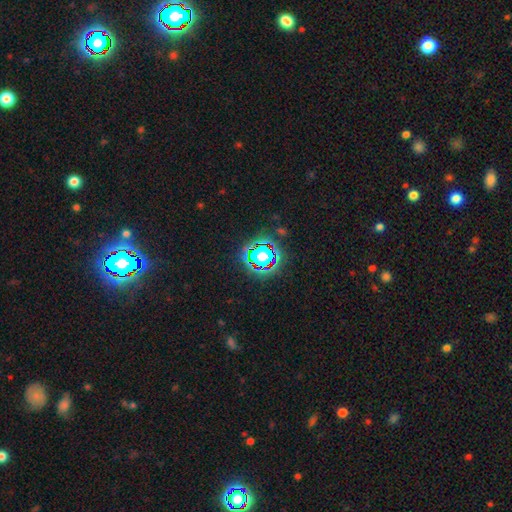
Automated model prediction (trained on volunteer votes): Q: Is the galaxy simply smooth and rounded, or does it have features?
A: star or artifact — 81%.